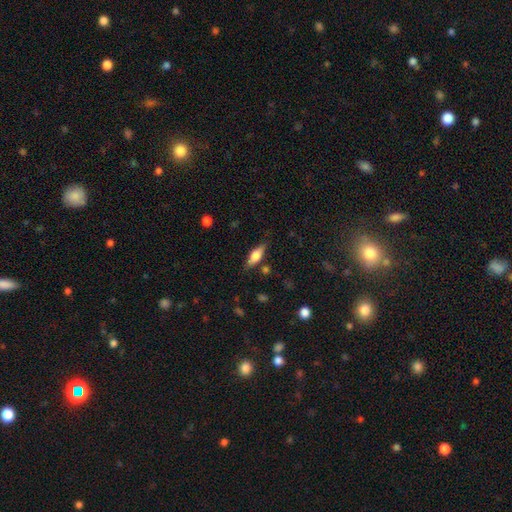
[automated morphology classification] The model was most divided on "how rounded": in between: 63%, cigar-shaped: 35%, round: 3%. More confident: merging — none (80%); smooth or featured — smooth (63%).